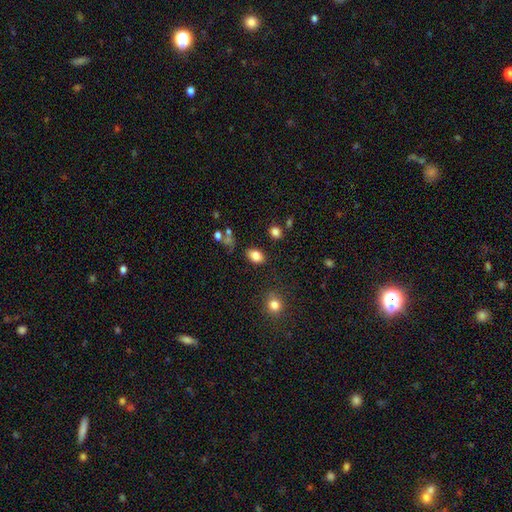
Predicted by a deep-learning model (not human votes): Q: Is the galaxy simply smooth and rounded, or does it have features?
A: smooth — 83%.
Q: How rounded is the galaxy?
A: in between — 83%.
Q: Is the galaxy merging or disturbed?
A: none — 82%.